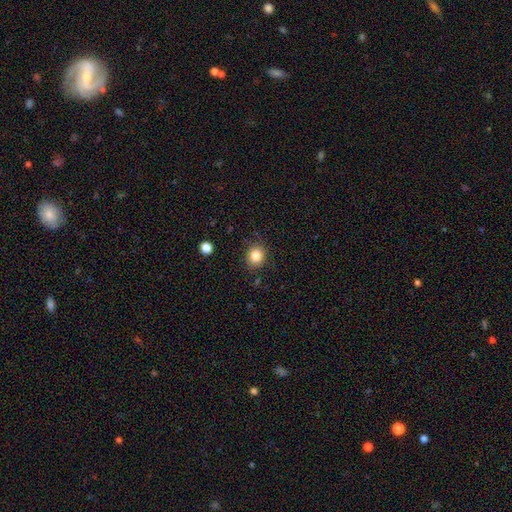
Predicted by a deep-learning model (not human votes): smooth-or-featured: smooth: 84% | star or artifact: 11% | featured or disk: 6%
  how-rounded: round: 75% | in between: 25% | cigar-shaped: 1%
  merging: none: 85% | minor disturbance: 10% | major disturbance: 3% | merger: 2%